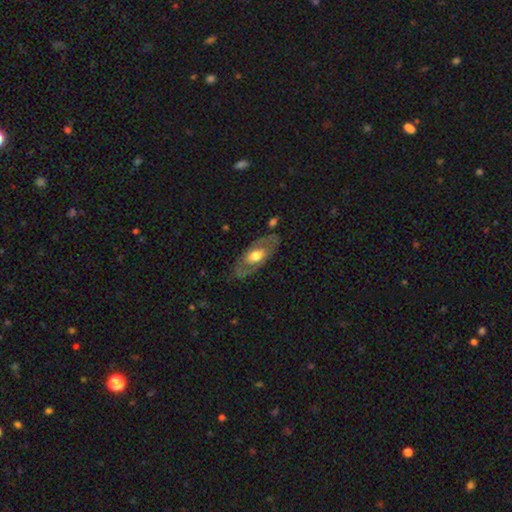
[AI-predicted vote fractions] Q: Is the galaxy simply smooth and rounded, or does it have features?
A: featured or disk — 60%.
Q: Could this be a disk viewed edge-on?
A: no — 83%.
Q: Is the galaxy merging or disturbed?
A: none — 76%.